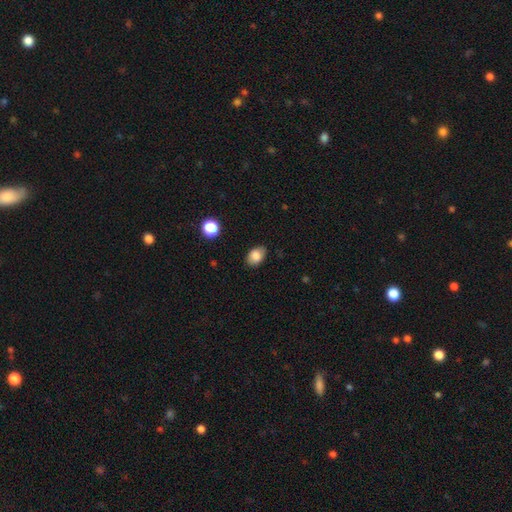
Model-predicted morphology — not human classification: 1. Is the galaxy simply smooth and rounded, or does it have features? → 84% smooth, 9% star or artifact, 7% featured or disk.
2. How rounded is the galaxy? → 80% in between, 19% round, 1% cigar-shaped.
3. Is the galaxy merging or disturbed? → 84% none, 13% minor disturbance, 3% major disturbance, 1% merger.